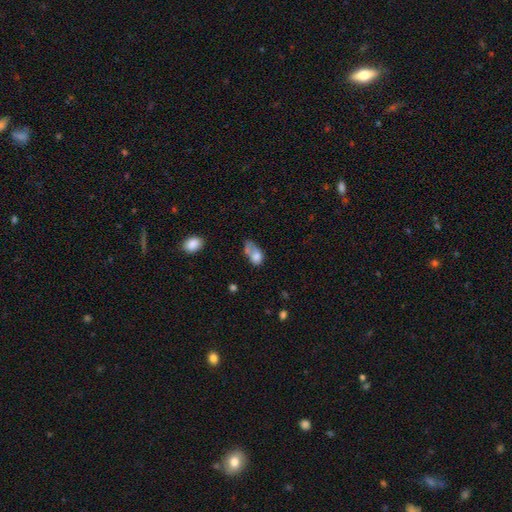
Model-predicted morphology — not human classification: Overall: smooth (70%). How rounded: in between (81%). Merging: merger (29%; major disturbance 27%).